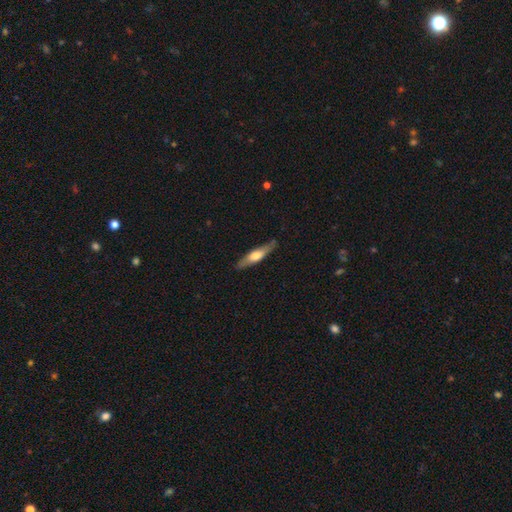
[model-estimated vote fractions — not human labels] Smooth or featured? smooth (50%)
Merging? none (83%)